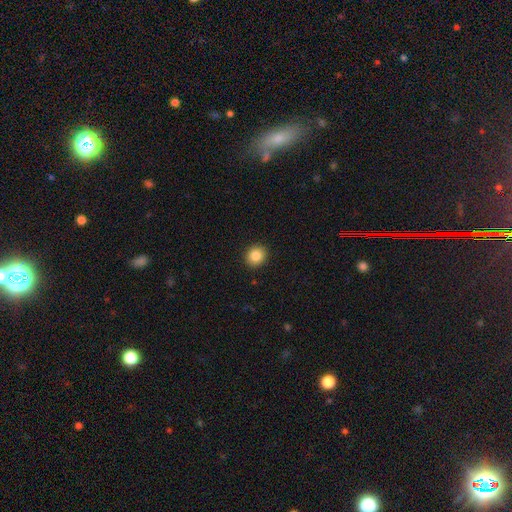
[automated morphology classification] smooth-or-featured: smooth: 85% | star or artifact: 10% | featured or disk: 6%
  how-rounded: round: 85% | in between: 15% | cigar-shaped: 1%
  merging: none: 92% | minor disturbance: 5% | major disturbance: 2% | merger: 1%